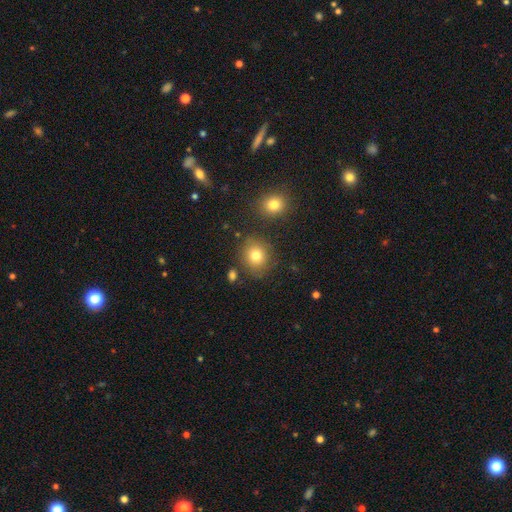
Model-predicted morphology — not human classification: Q: Smooth or featured?
A: smooth (78%); runner-up: star or artifact (13%)
Q: How rounded?
A: round (76%); runner-up: in between (23%)
Q: Merging?
A: none (81%); runner-up: minor disturbance (11%)